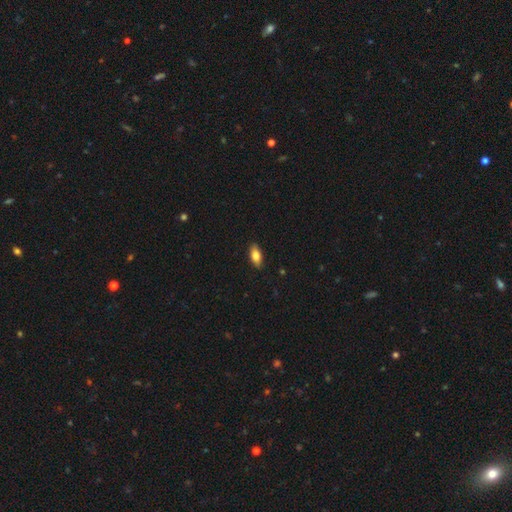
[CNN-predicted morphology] A smooth galaxy with no disk features (82%) that is in between round and cigar-shaped (88%).

Vote fractions:
- Smooth or featured? smooth: 82% / featured or disk: 11% / star or artifact: 7%
- How rounded? in between: 88% / cigar-shaped: 8% / round: 3%
- Merging? none: 88% / minor disturbance: 9% / major disturbance: 2% / merger: 1%